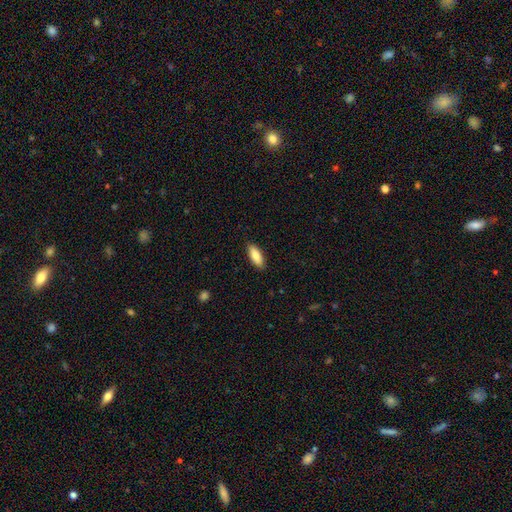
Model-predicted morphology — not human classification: Q: Smooth or featured?
A: smooth (86%); runner-up: featured or disk (9%)
Q: How rounded?
A: in between (75%); runner-up: cigar-shaped (23%)
Q: Merging?
A: none (89%); runner-up: minor disturbance (9%)